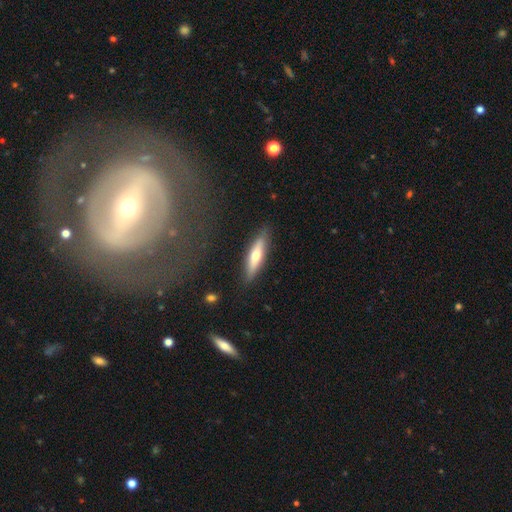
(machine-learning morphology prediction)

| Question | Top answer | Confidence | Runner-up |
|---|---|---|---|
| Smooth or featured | smooth | 55% | featured or disk (39%) |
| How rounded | cigar-shaped | 72% | in between (26%) |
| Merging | none | 86% | minor disturbance (10%) |